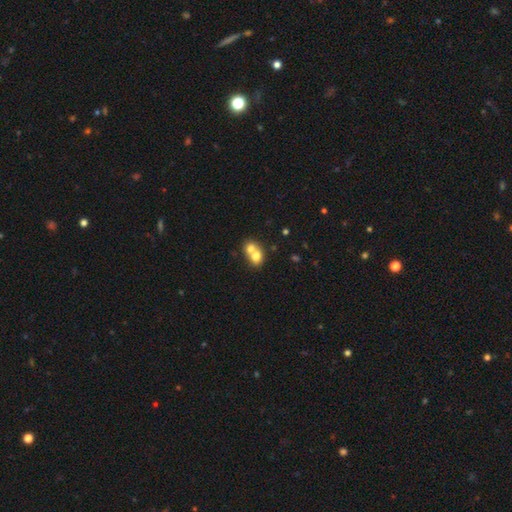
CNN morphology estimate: Overall: smooth (71%). How rounded: round (58%; in between 41%). Merging: merger (71%).